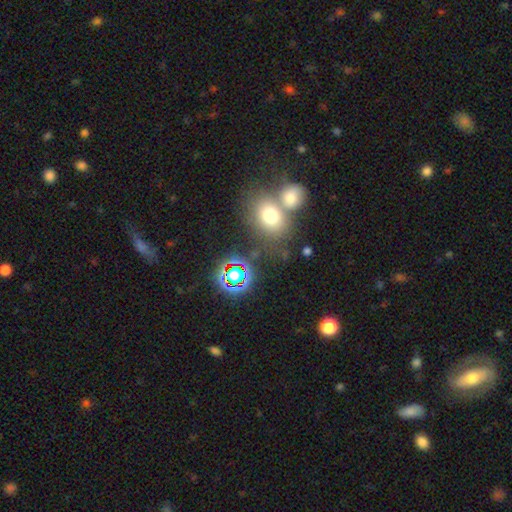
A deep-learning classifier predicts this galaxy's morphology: Smooth or featured? smooth (52%)
How rounded? round (52%)
Merging? none (50%)